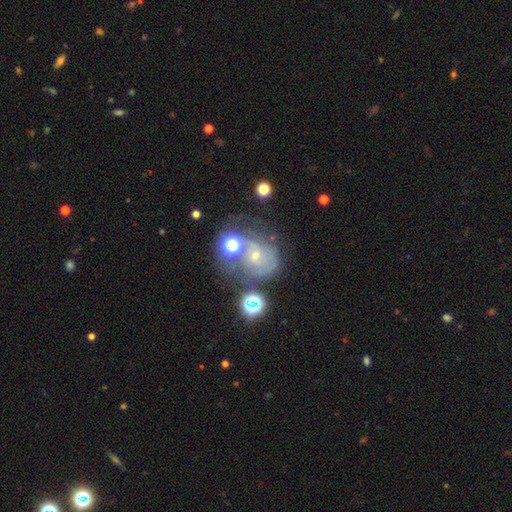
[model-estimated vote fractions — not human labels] featured or disk 58%, smooth 22%, star or artifact 20%. Down the decision tree: edge-on disk — no (97%); bar — no (65%); spiral arms — yes (81%); bulge size — small (63%); merging — none (42%).